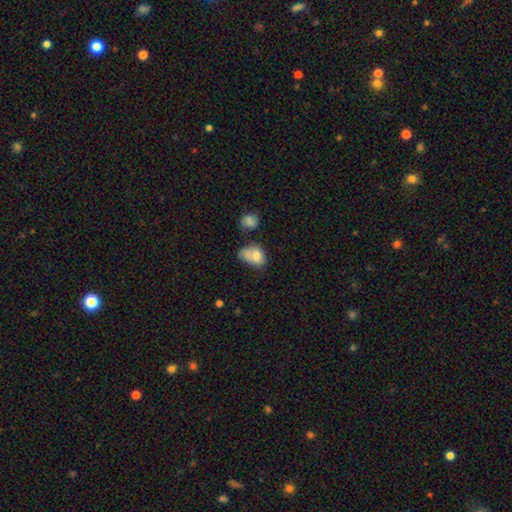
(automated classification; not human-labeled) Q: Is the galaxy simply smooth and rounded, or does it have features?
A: smooth — 74%.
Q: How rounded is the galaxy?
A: in between — 73%.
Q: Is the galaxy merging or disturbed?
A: merger — 28%.